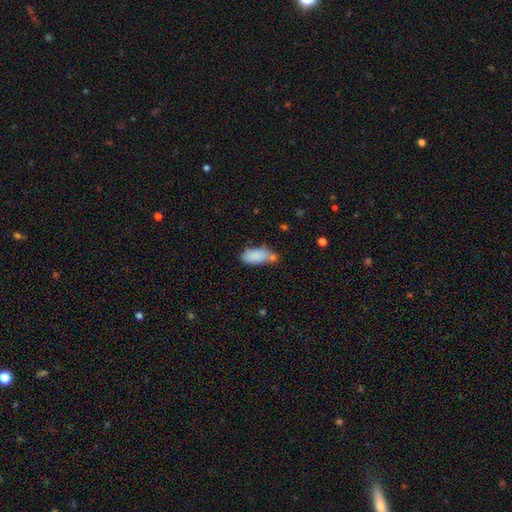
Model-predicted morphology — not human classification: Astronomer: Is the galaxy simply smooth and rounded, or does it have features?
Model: smooth — 85%.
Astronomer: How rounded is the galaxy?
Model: in between — 86%.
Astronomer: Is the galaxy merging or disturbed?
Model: none — 49% (runner-up: minor disturbance, 25%).